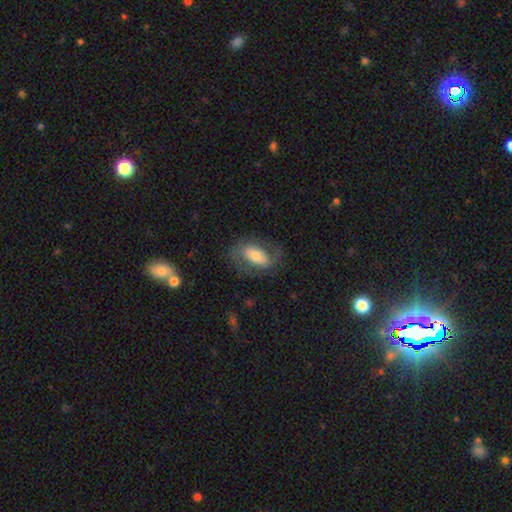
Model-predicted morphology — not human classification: type=featured or disk (47%); merging=none (67%).